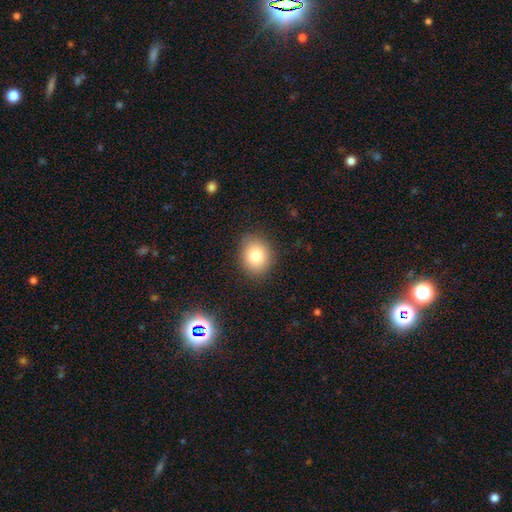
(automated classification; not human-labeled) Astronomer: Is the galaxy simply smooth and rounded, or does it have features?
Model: smooth — 82%.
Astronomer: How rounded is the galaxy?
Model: round — 58% (runner-up: in between, 41%).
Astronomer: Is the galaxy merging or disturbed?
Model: none — 86%.